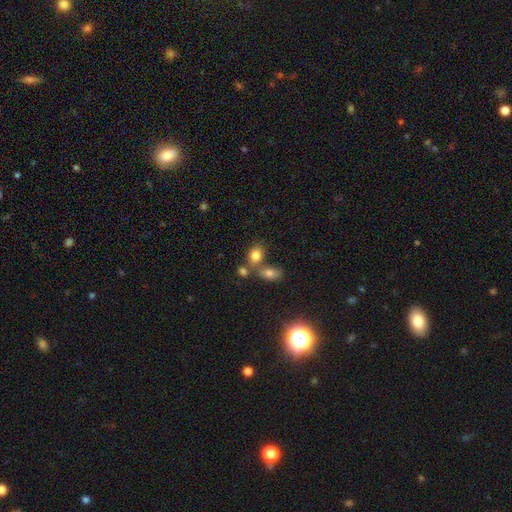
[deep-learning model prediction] Smooth or featured? Predicted: smooth (p=0.78). How rounded? Predicted: in between (p=0.72). Merging? Predicted: none (p=0.44).